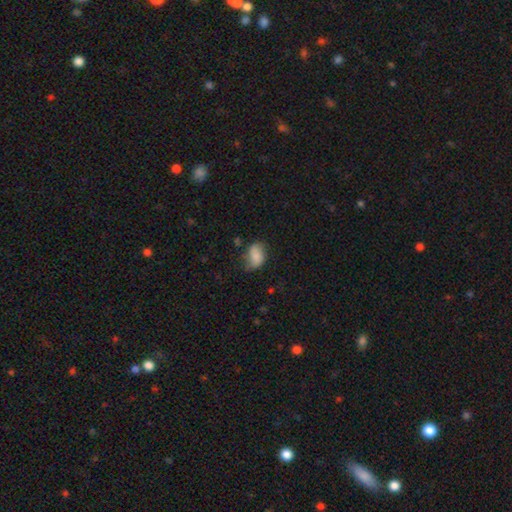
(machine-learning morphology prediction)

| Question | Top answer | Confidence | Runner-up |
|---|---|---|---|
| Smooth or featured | smooth | 77% | featured or disk (15%) |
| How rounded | in between | 82% | round (17%) |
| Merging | none | 55% | minor disturbance (33%) |